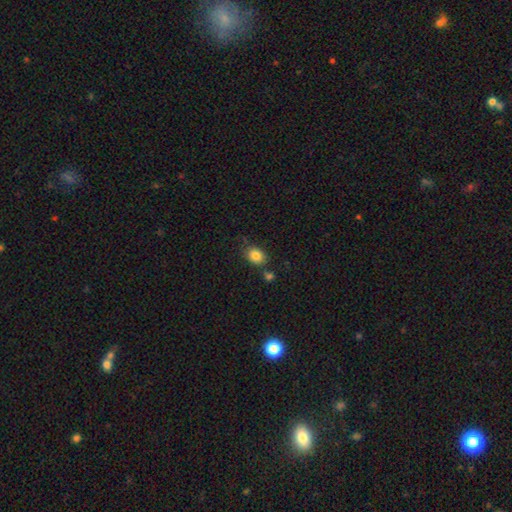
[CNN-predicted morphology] Smooth or featured? Predicted: smooth (p=0.84). How rounded? Predicted: in between (p=0.60). Merging? Predicted: none (p=0.70).